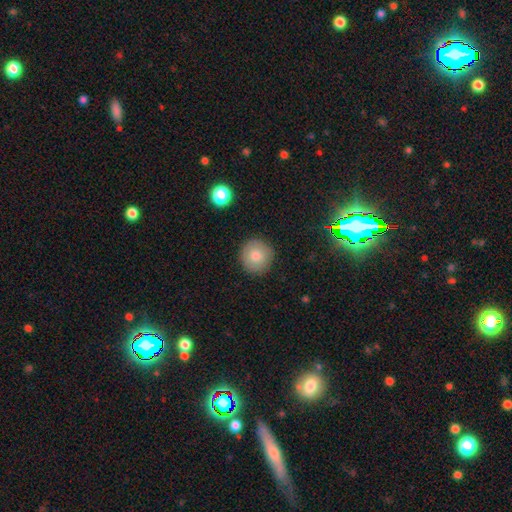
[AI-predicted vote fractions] smooth_or_featured: smooth (p=0.78) [alt: featured or disk p=0.12]
how_rounded: round (p=0.94) [alt: in between p=0.05]
merging: none (p=0.90) [alt: minor disturbance p=0.07]